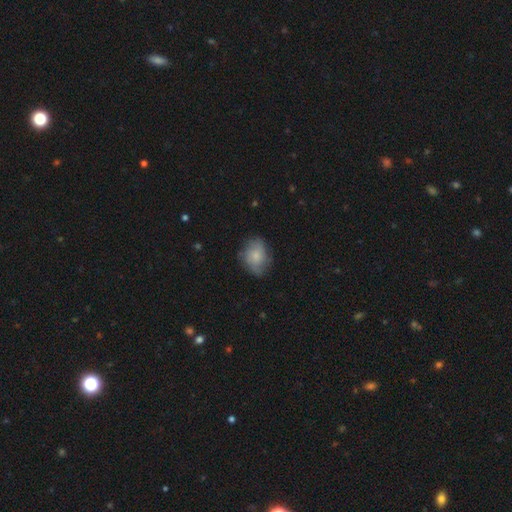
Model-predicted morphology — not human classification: Smooth or featured? Predicted: smooth (p=0.69). How rounded? Predicted: in between (p=0.60). Merging? Predicted: none (p=0.65).